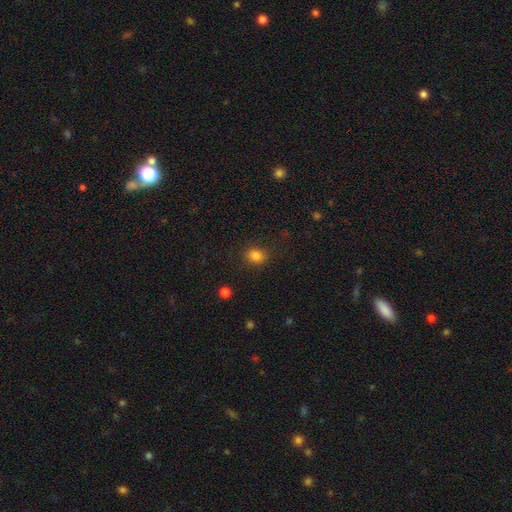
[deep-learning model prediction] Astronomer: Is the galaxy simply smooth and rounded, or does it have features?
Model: smooth — 83%.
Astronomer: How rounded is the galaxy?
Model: round — 55% (runner-up: in between, 44%).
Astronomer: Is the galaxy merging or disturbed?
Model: none — 84%.